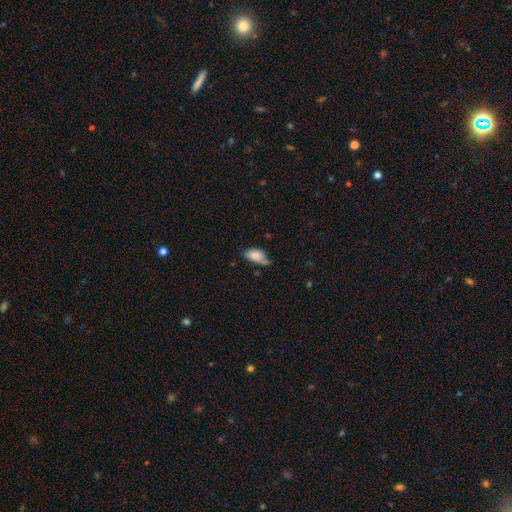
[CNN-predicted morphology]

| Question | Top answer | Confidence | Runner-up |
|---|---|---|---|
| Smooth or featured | smooth | 80% | featured or disk (12%) |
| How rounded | in between | 93% | round (4%) |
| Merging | none | 40% | minor disturbance (38%) |